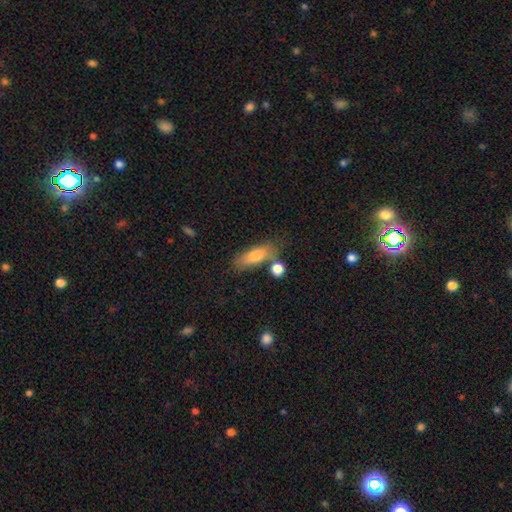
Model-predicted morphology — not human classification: This appears to be a smooth galaxy with no disk features (76%) that is in between round and cigar-shaped (60%). Merging: none (64%).